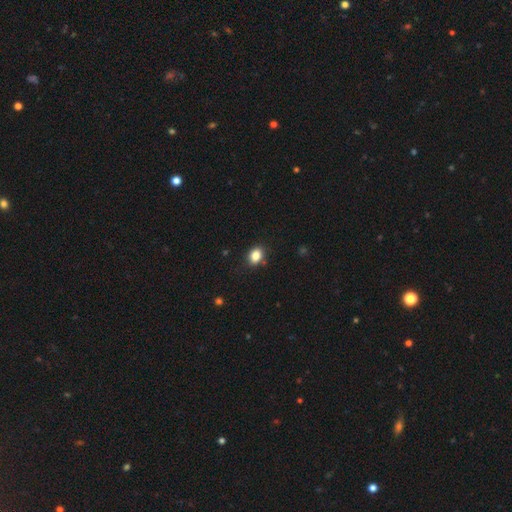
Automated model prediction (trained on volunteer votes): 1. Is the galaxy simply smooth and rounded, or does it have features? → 85% smooth, 10% star or artifact, 5% featured or disk.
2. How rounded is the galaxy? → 63% in between, 36% round, 1% cigar-shaped.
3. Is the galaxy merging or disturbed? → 82% none, 12% minor disturbance, 3% major disturbance, 2% merger.